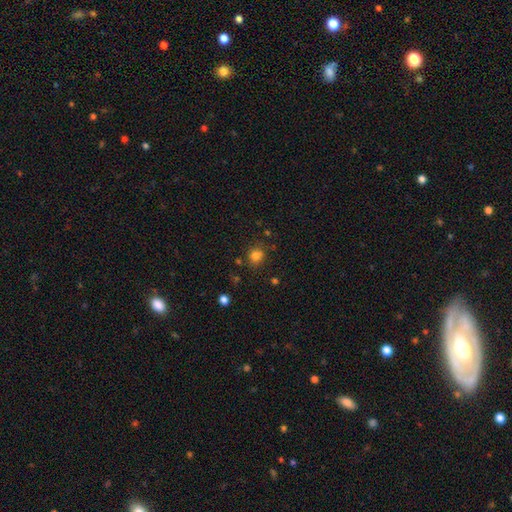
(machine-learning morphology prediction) Smooth or featured: smooth — 79% (star or artifact — 15%)
How rounded: round — 83% (in between — 17%)
Merging: none — 78% (minor disturbance — 13%)